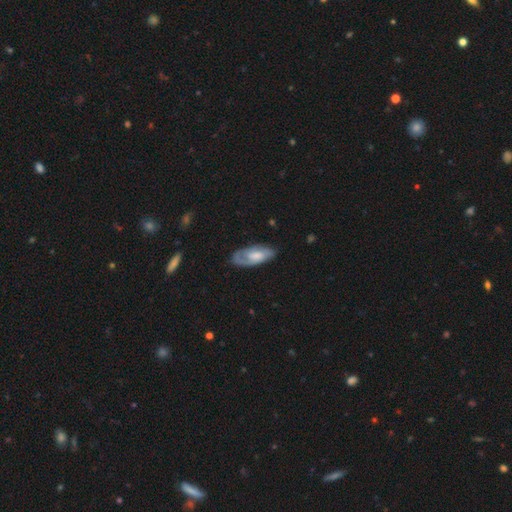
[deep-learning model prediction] This is likely a featured or disk galaxy (61%). It is clearly not viewed edge-on (90%). Bar: possibly no (60%). Spiral arm pattern: clearly yes (84%). Central bulge: marginally moderate (41%). Merging: likely none (68%).